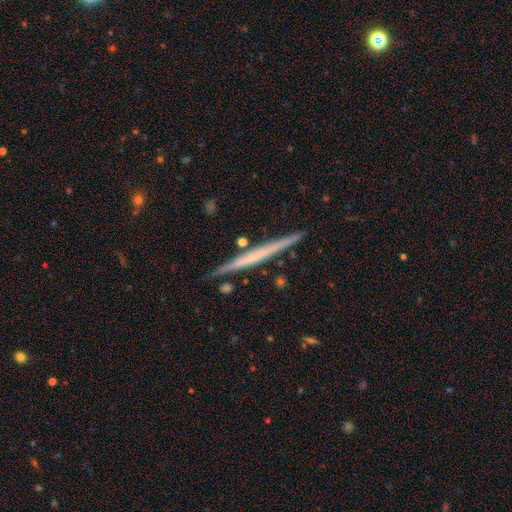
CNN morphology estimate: This is possibly a featured or disk galaxy (56%). It is clearly viewed edge-on (98%). Edge-on bulge: clearly none (88%). Merging: clearly none (88%).